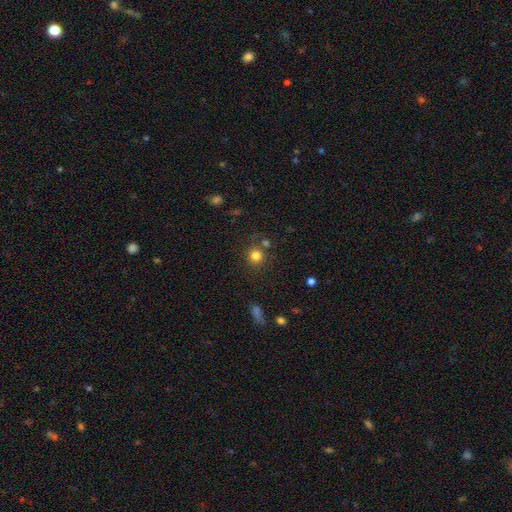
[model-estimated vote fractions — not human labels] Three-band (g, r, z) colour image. It shows a smooth galaxy with no disk features (81%) that is round (91%). Merging: none (79%).